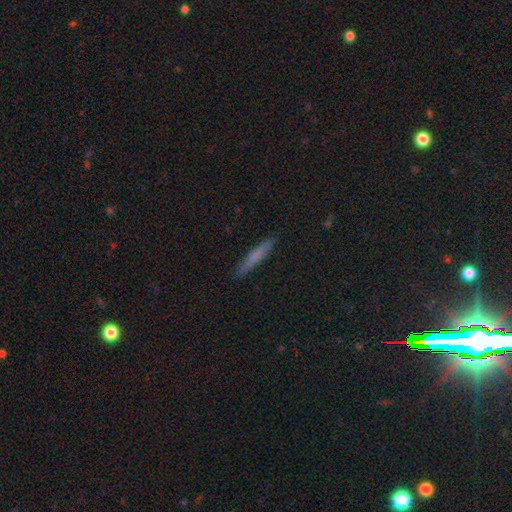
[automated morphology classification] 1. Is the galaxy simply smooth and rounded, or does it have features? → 70% smooth, 24% featured or disk, 7% star or artifact.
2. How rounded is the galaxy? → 95% cigar-shaped, 4% in between, 1% round.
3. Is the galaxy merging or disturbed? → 90% none, 8% minor disturbance, 2% major disturbance, 1% merger.